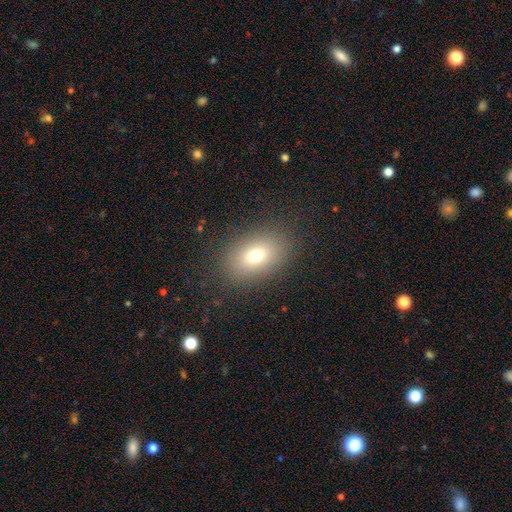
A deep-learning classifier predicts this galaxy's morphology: type=smooth (72%); roundness=in between (80%); merging=none (86%).